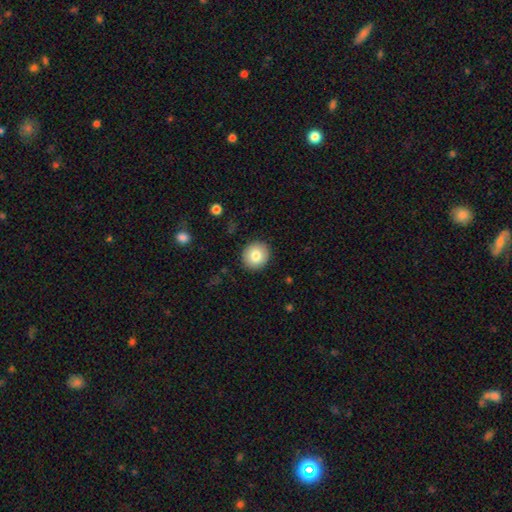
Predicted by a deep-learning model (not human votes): smooth-or-featured: smooth: 82% | featured or disk: 10% | star or artifact: 8%
  how-rounded: round: 89% | in between: 10% | cigar-shaped: 1%
  merging: none: 91% | minor disturbance: 6% | major disturbance: 2% | merger: 1%